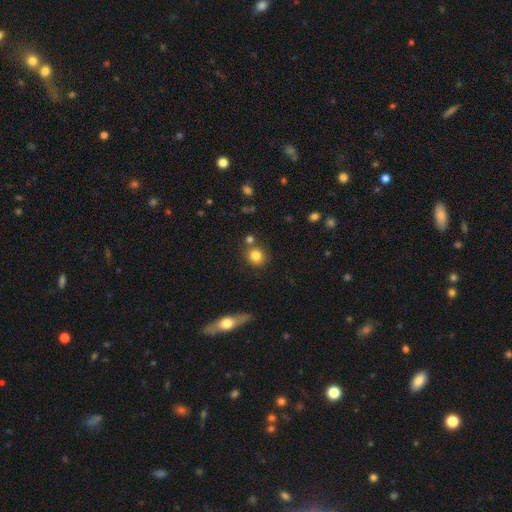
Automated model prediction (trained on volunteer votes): This appears to be a smooth galaxy with no disk features (82%) that is round (85%). Merging: none (74%).